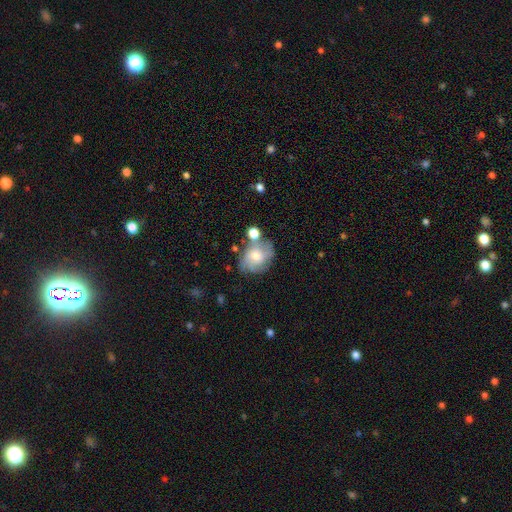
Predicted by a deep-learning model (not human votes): This is possibly a smooth galaxy (47%). Merging: possibly none (47%).